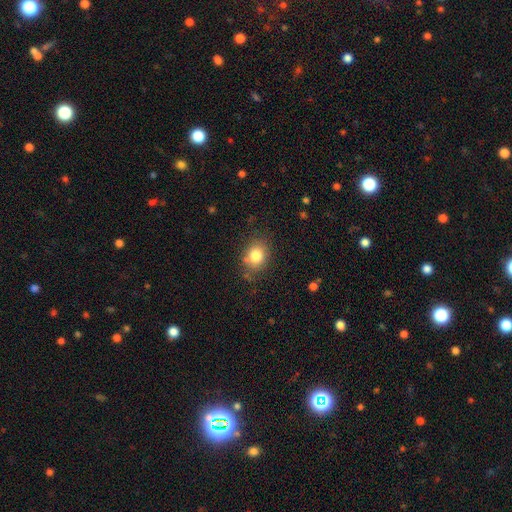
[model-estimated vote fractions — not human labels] This appears to be a smooth galaxy with no disk features (81%) that is round (53%). Merging: none (77%).